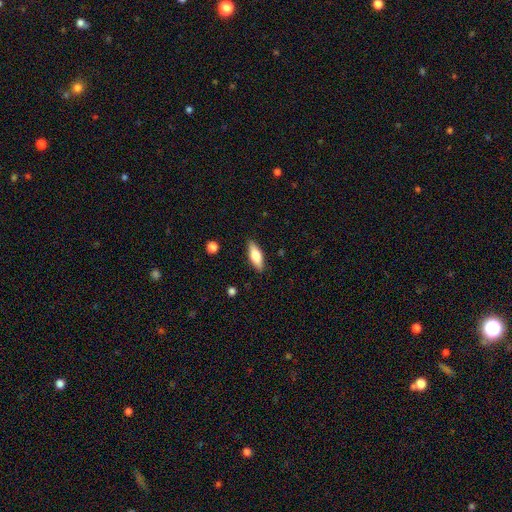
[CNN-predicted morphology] smooth 67%, featured or disk 27%, star or artifact 6%. Down the decision tree: how rounded — in between (66%); merging — none (87%).